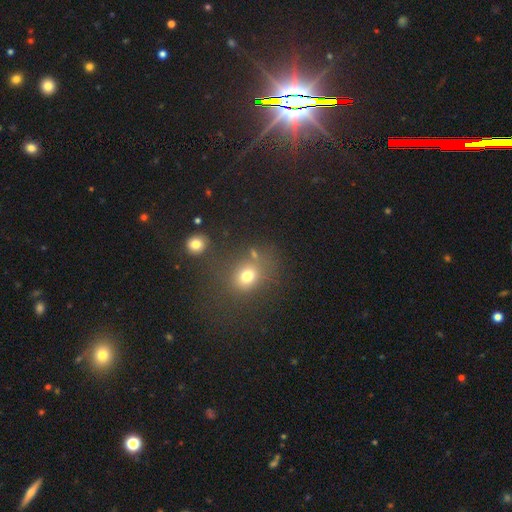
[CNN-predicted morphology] Smooth or featured?
  - smooth: 50% *
  - star or artifact: 37%
  - featured or disk: 12%
How rounded?
  - round: 68% *
  - in between: 30%
  - cigar-shaped: 2%
Merging?
  - none: 70% *
  - minor disturbance: 12%
  - merger: 11%
  - major disturbance: 7%